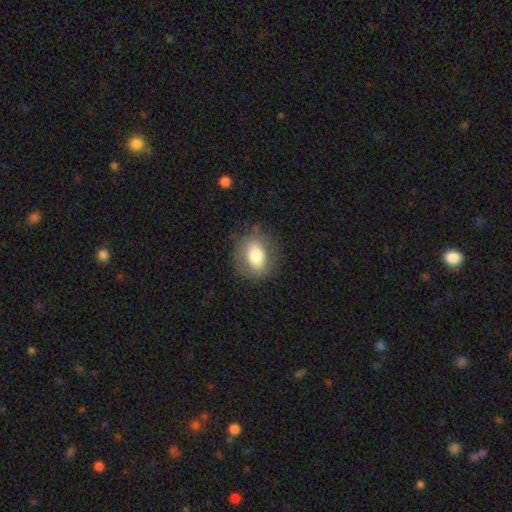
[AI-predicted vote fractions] Smooth or featured: smooth — 72% (featured or disk — 20%)
How rounded: in between — 56% (round — 43%)
Merging: none — 78% (minor disturbance — 15%)